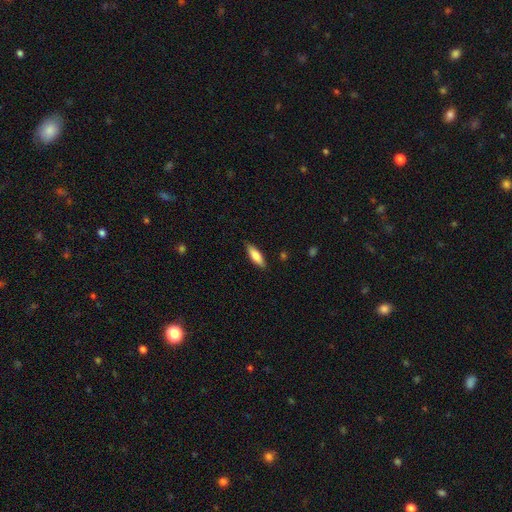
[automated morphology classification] A smooth galaxy with no disk features (80%) that is in between round and cigar-shaped (52%). Merging: none (87%).